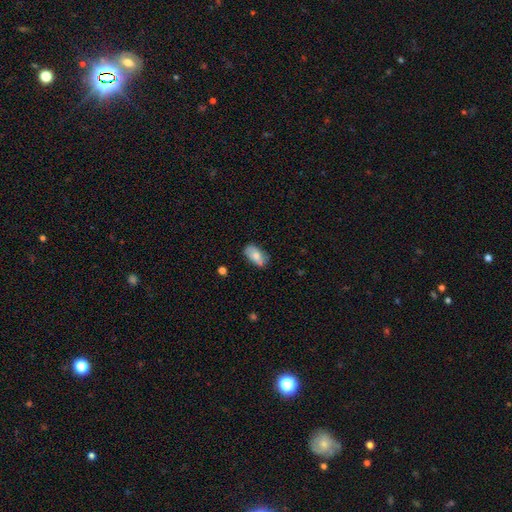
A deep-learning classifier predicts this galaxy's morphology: Smooth or featured? smooth (78%)
How rounded? in between (93%)
Merging? none (70%)